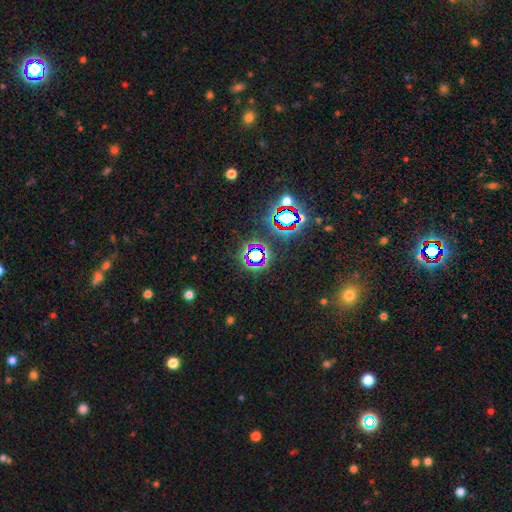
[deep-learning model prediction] Smooth or featured: star or artifact — 69% (smooth — 20%)